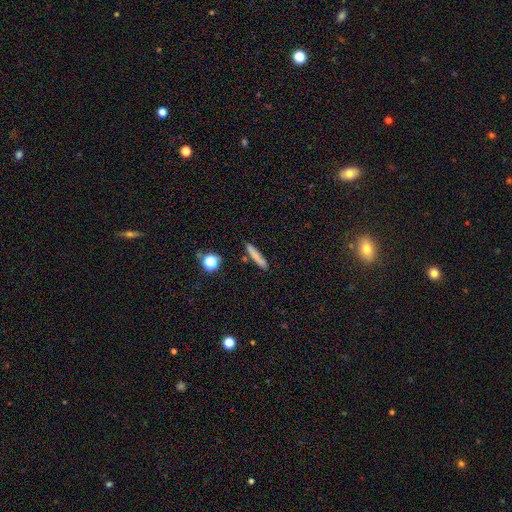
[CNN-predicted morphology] Smooth or featured? Predicted: smooth (p=0.76). How rounded? Predicted: cigar-shaped (p=0.91). Merging? Predicted: none (p=0.85).